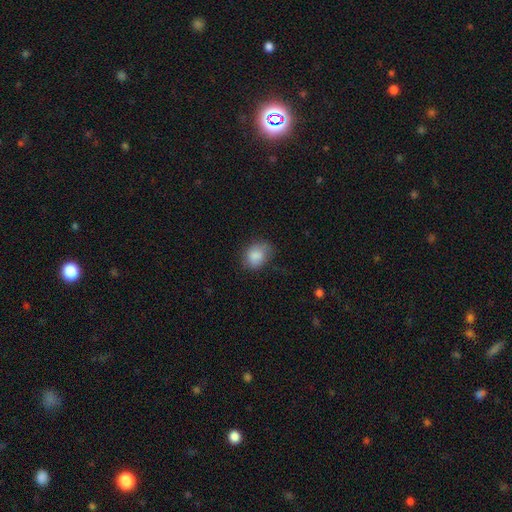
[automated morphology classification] smooth-or-featured: smooth: 85% | star or artifact: 8% | featured or disk: 7%
  how-rounded: in between: 55% | round: 44% | cigar-shaped: 1%
  merging: none: 61% | minor disturbance: 28% | major disturbance: 10% | merger: 2%